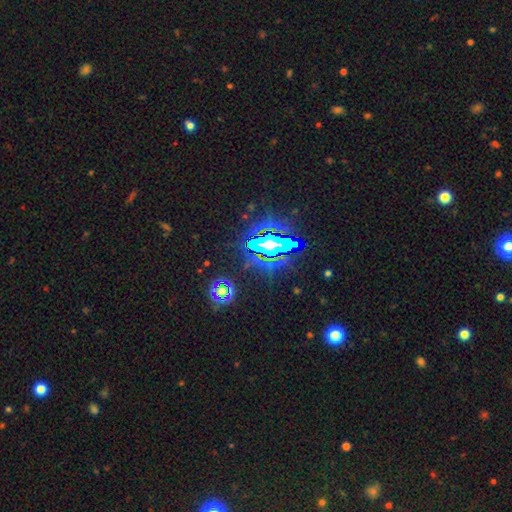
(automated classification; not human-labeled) Smooth or featured?
  - star or artifact: 82% *
  - smooth: 10%
  - featured or disk: 8%